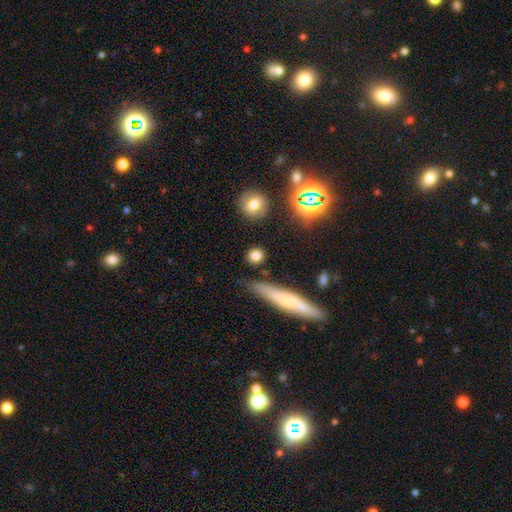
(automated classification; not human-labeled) Smooth or featured? smooth (80%)
How rounded? round (81%)
Merging? none (85%)